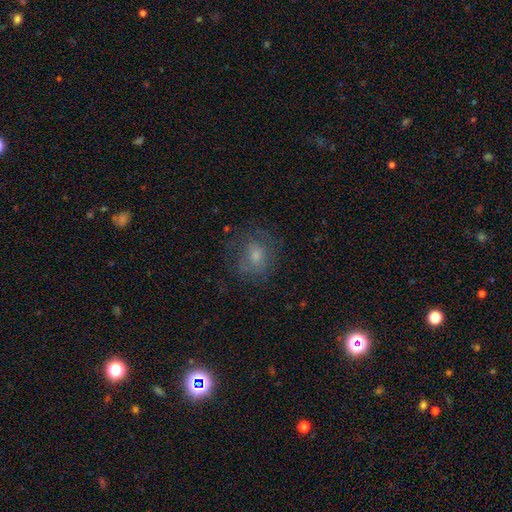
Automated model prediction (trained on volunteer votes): Smooth or featured? Predicted: smooth (p=0.47). Merging? Predicted: none (p=0.67).